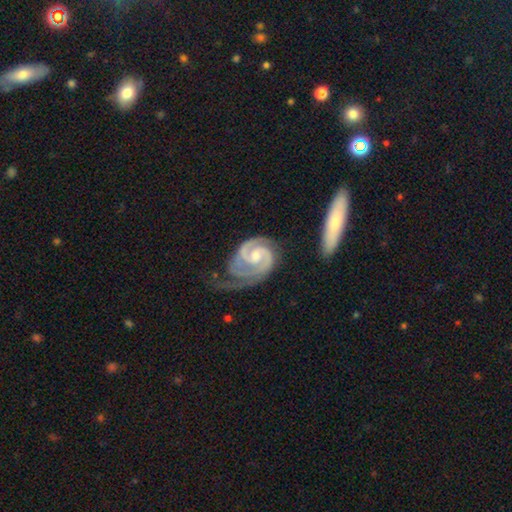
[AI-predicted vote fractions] featured or disk 92%, smooth 4%, star or artifact 4%. Down the decision tree: edge-on disk — no (98%); bar — no (44%); spiral arms — yes (98%); spiral arm count — 2 (84%); spiral winding — tight (60%); bulge size — moderate (48%); merging — none (50%).